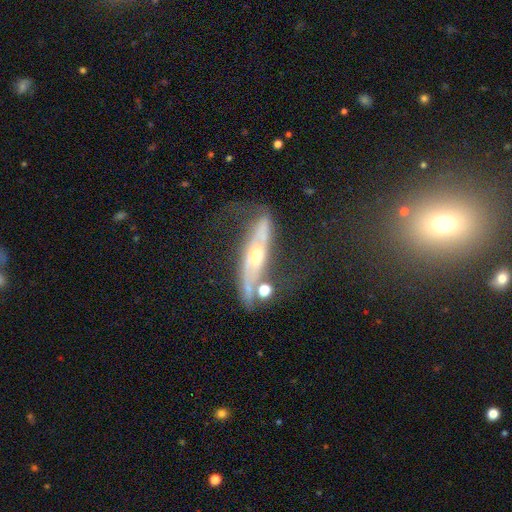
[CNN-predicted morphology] Smooth or featured? featured or disk (80%)
Edge-on disk? no (63%)
Bar? no (49%)
Spiral arms? yes (85%)
Bulge size? moderate (56%)
Merging? none (42%)